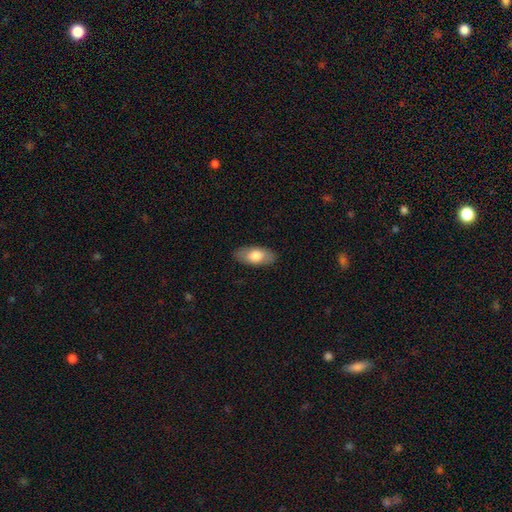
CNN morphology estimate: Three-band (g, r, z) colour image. It shows a smooth galaxy with no disk features (73%) that is in between round and cigar-shaped (91%). Merging: none (86%).